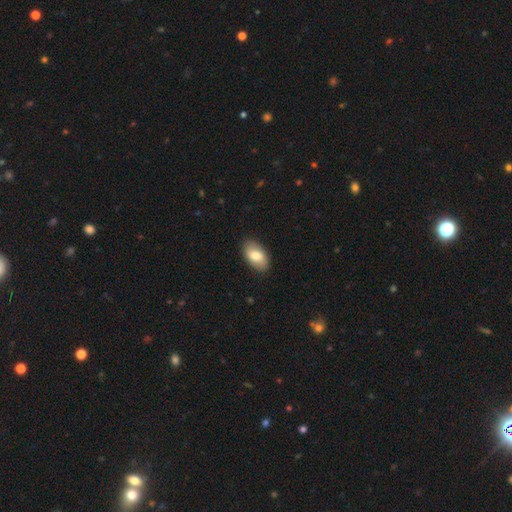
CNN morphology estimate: The model was most divided on "smooth or featured": smooth: 78%, featured or disk: 16%, star or artifact: 6%. More confident: how rounded — in between (94%); merging — none (87%).